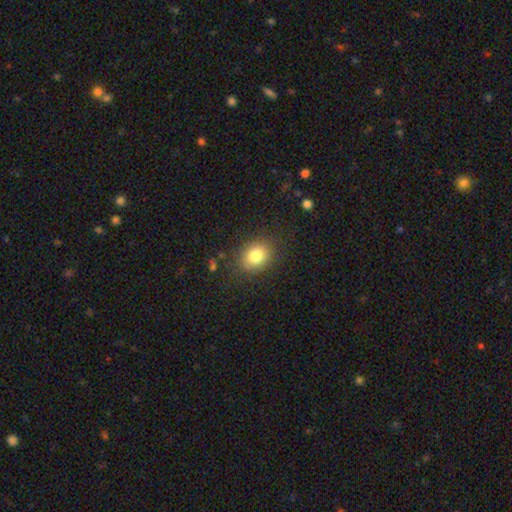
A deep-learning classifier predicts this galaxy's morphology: smooth 81%, star or artifact 10%, featured or disk 9%. Down the decision tree: how rounded — in between (58%); merging — none (83%).